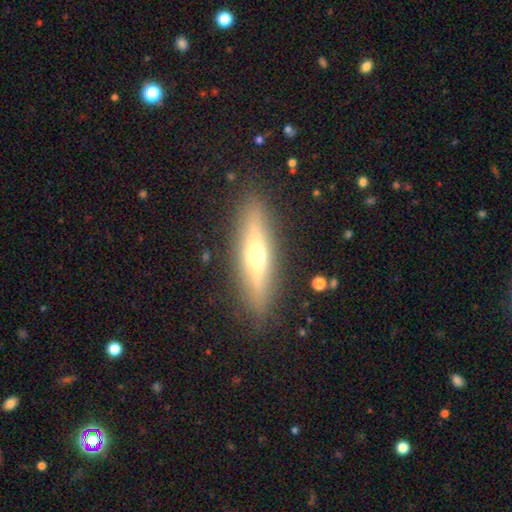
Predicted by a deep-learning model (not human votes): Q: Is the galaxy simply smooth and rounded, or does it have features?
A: featured or disk — 56%.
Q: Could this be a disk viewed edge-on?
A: yes — 89%.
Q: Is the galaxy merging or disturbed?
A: none — 88%.